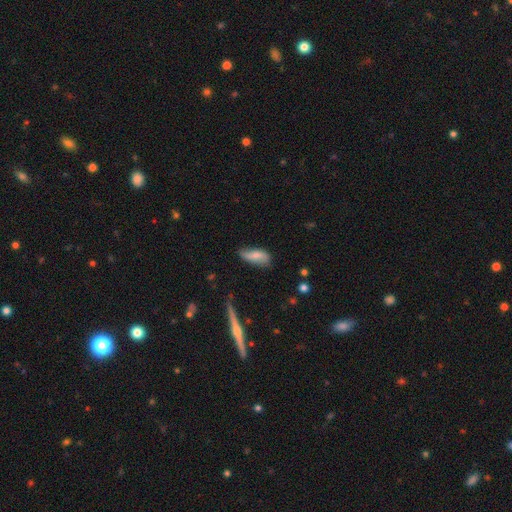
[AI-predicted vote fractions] A smooth galaxy with no disk features (62%) that is in between round and cigar-shaped (76%). Merging: none (56%).